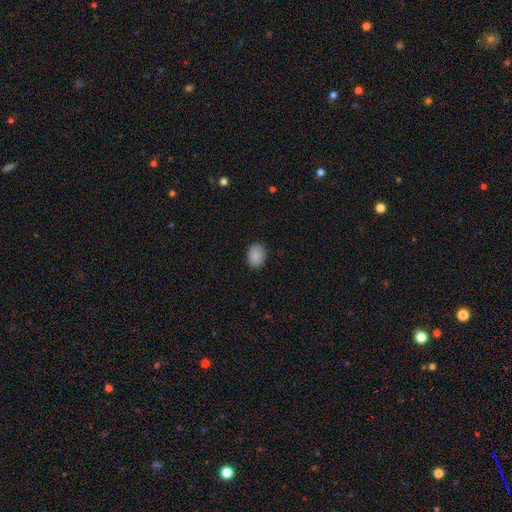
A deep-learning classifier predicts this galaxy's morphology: type=smooth (88%); roundness=in between (65%); merging=none (87%).